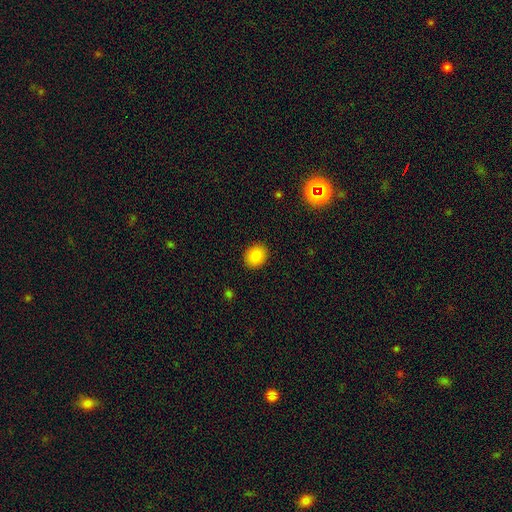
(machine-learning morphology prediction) The model was most divided on "how rounded": round: 61%, in between: 38%, cigar-shaped: 1%. More confident: merging — none (91%); smooth or featured — smooth (84%).